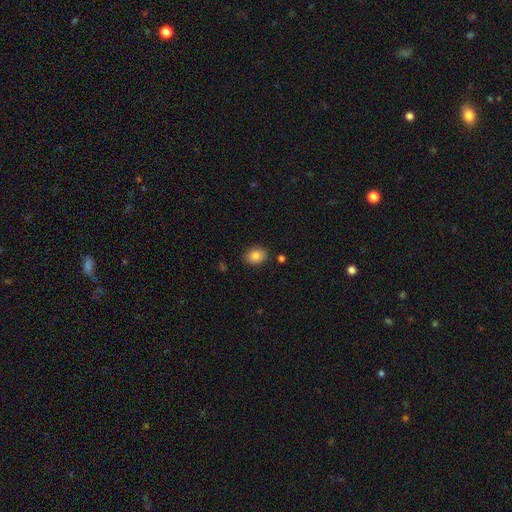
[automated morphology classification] smooth_or_featured: smooth (p=0.86) [alt: star or artifact p=0.09]
how_rounded: in between (p=0.57) [alt: round p=0.42]
merging: none (p=0.85) [alt: minor disturbance p=0.10]